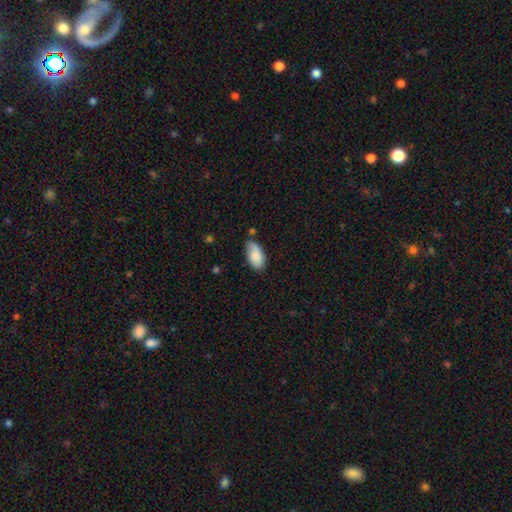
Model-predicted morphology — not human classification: smooth-or-featured: smooth: 83% | featured or disk: 11% | star or artifact: 7%
  how-rounded: in between: 93% | cigar-shaped: 4% | round: 2%
  merging: none: 61% | minor disturbance: 29% | major disturbance: 6% | merger: 5%